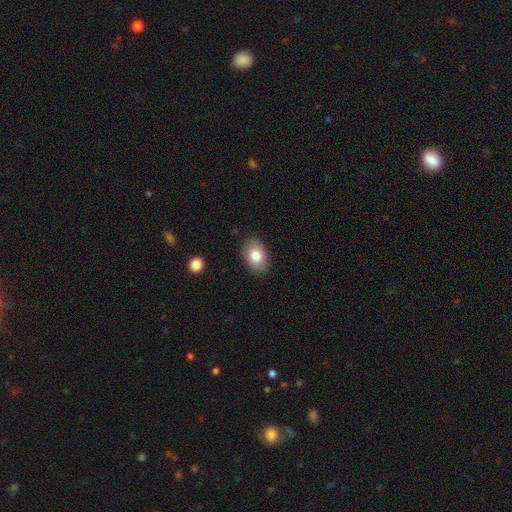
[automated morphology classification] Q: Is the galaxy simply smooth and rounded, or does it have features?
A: smooth — 82%.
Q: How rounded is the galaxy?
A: in between — 83%.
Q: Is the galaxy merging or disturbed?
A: none — 86%.